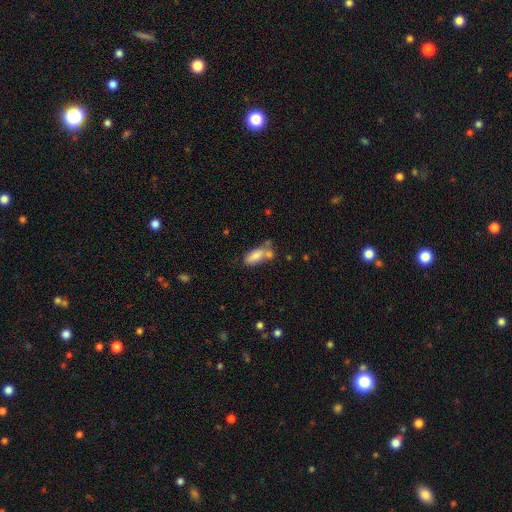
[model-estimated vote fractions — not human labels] This appears to be a smooth galaxy with no disk features (79%) that is in between round and cigar-shaped (81%). Merging: none (41%).